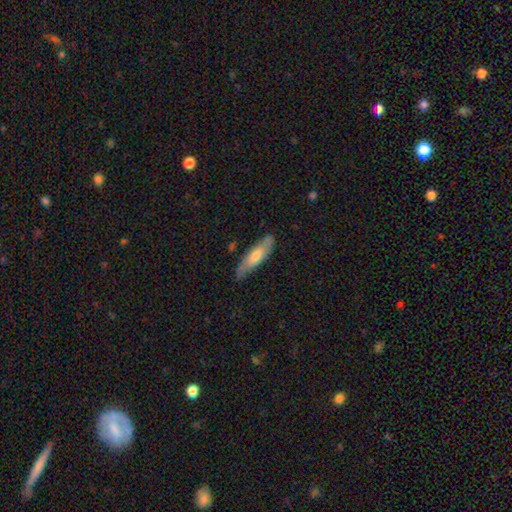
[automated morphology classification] Smooth or featured: smooth — 55% (featured or disk — 40%)
How rounded: cigar-shaped — 63% (in between — 36%)
Merging: none — 76% (minor disturbance — 19%)